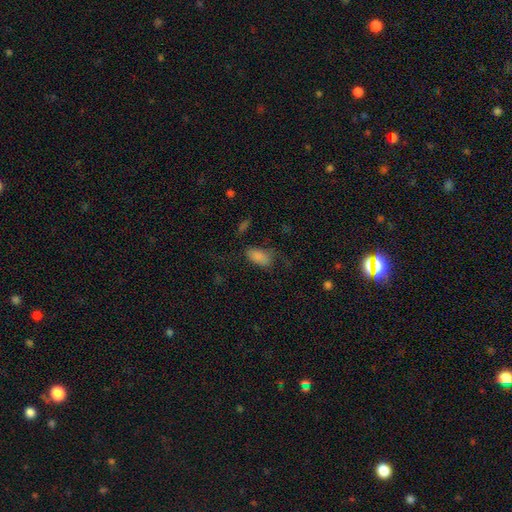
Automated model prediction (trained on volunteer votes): smooth 55%, star or artifact 30%, featured or disk 15%. Down the decision tree: how rounded — in between (85%); merging — none (63%).